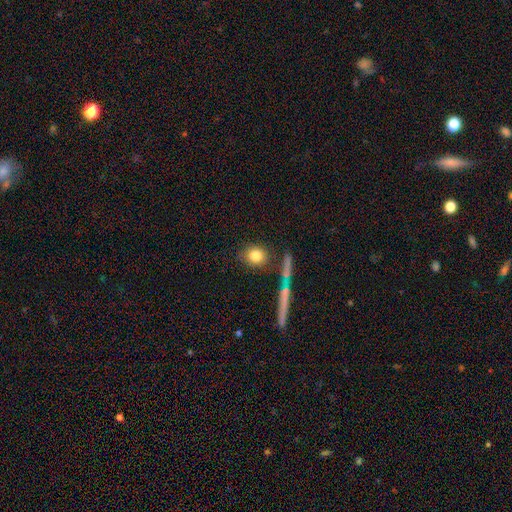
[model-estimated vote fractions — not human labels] This appears to be a smooth galaxy with no disk features (80%) that is round (79%). Merging: none (80%).